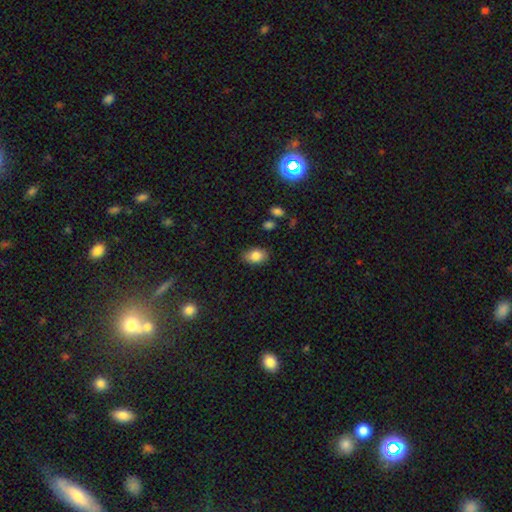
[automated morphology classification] Smooth or featured?
  - smooth: 84% *
  - star or artifact: 8%
  - featured or disk: 8%
How rounded?
  - in between: 85% *
  - round: 14%
  - cigar-shaped: 1%
Merging?
  - none: 83% *
  - minor disturbance: 12%
  - major disturbance: 3%
  - merger: 2%